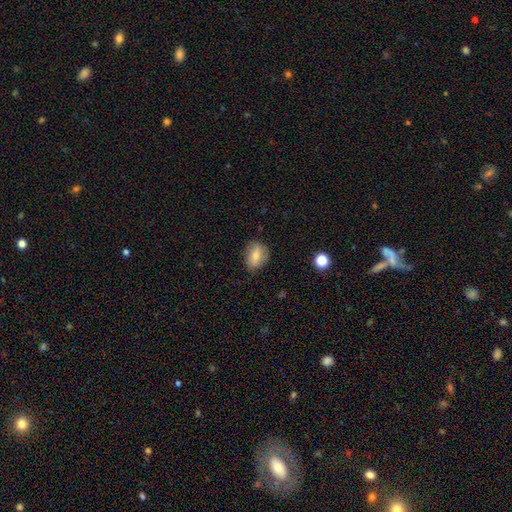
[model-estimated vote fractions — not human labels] Q: Smooth or featured?
A: smooth (72%); runner-up: featured or disk (20%)
Q: How rounded?
A: in between (68%); runner-up: round (31%)
Q: Merging?
A: none (71%); runner-up: minor disturbance (23%)